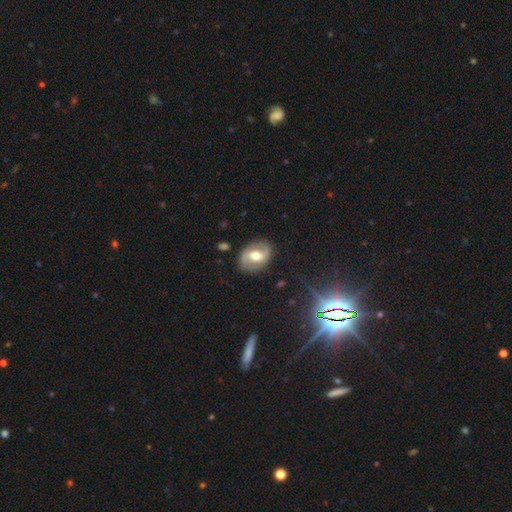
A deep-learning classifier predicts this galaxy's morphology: type=featured or disk (66%); edge-on=no (96%); bar=weak (42%); spiral arms=yes (74%); bulge=moderate (70%); merging=none (84%).